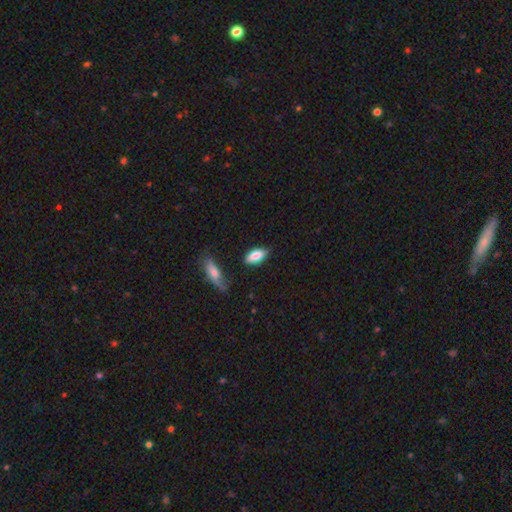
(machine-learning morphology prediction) Smooth or featured? smooth (80%)
How rounded? in between (84%)
Merging? none (78%)